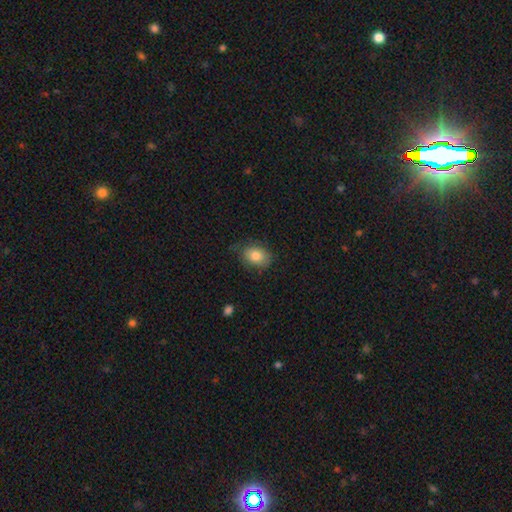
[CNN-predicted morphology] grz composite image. It shows a smooth galaxy with no disk features (82%) that is in between round and cigar-shaped (70%). Merging: none (71%).